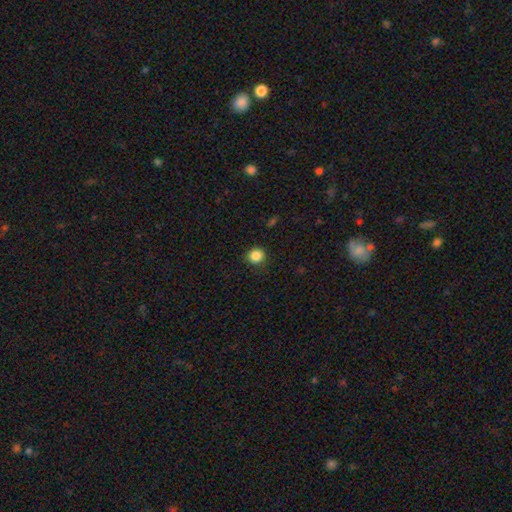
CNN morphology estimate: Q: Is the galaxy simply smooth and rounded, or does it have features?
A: smooth — 86%.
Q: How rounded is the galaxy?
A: round — 88%.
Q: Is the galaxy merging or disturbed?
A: none — 89%.